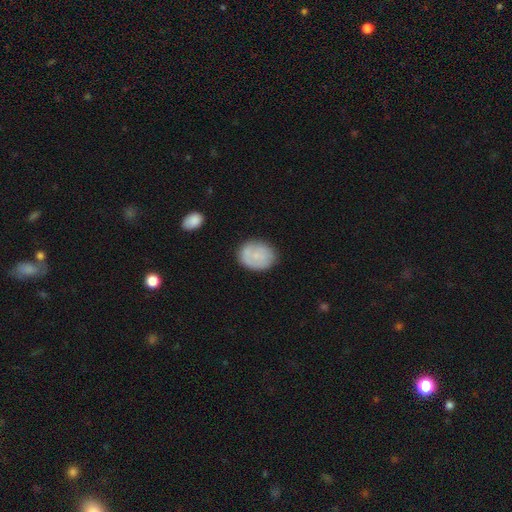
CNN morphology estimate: Smooth or featured?
  - smooth: 67% *
  - featured or disk: 26%
  - star or artifact: 7%
How rounded?
  - in between: 54% *
  - round: 45%
  - cigar-shaped: 1%
Merging?
  - none: 74% *
  - minor disturbance: 19%
  - major disturbance: 5%
  - merger: 3%